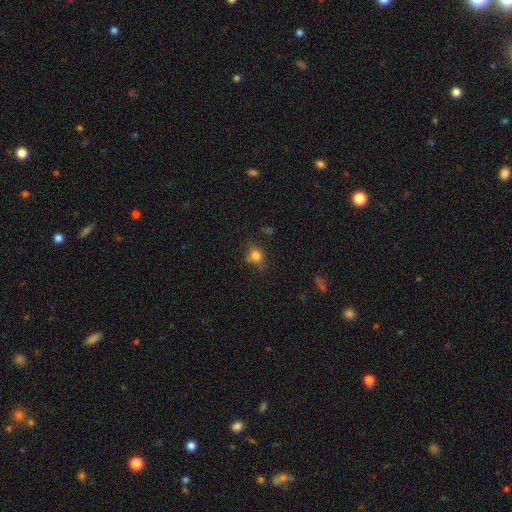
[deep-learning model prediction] Smooth or featured? smooth (74%)
How rounded? round (61%)
Merging? none (66%)